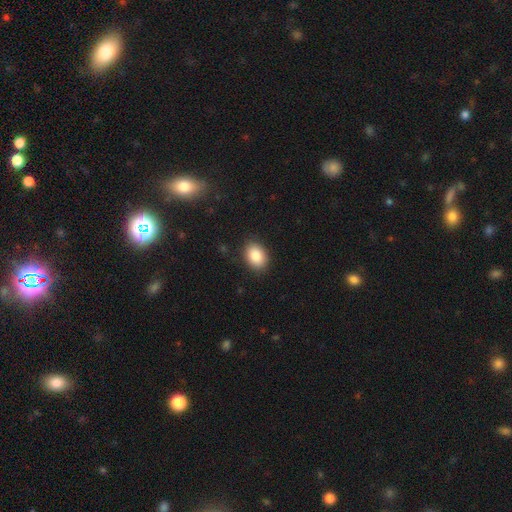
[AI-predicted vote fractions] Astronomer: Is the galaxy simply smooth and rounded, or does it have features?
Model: smooth — 87%.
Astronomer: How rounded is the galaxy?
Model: in between — 76%.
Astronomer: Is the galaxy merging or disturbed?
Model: none — 88%.